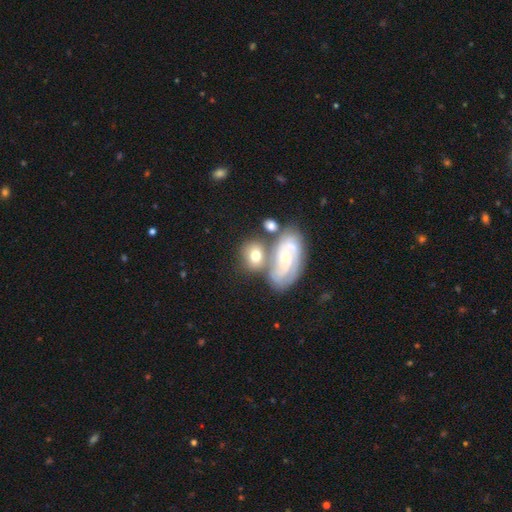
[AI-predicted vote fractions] smooth 49%, featured or disk 42%, star or artifact 8%. Down the decision tree: merging — none (46%).